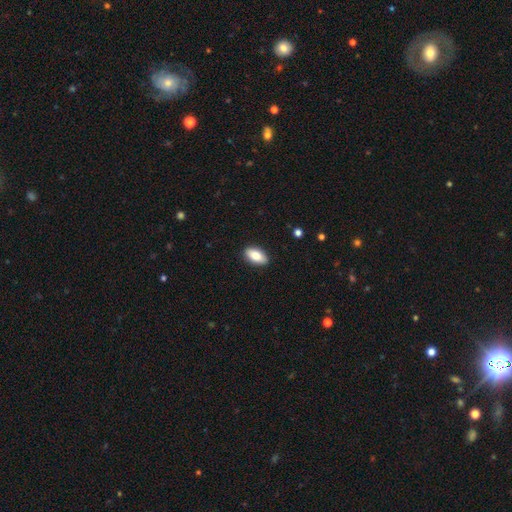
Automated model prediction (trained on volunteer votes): smooth-or-featured: smooth: 84% | featured or disk: 10% | star or artifact: 6%
  how-rounded: in between: 92% | cigar-shaped: 5% | round: 3%
  merging: none: 89% | minor disturbance: 8% | major disturbance: 2% | merger: 1%